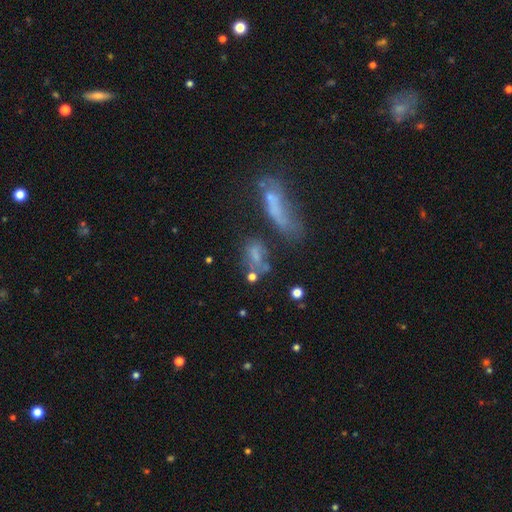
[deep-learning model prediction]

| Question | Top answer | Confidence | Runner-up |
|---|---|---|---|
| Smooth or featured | smooth | 56% | featured or disk (26%) |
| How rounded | in between | 68% | cigar-shaped (18%) |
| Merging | none | 37% | merger (26%) |